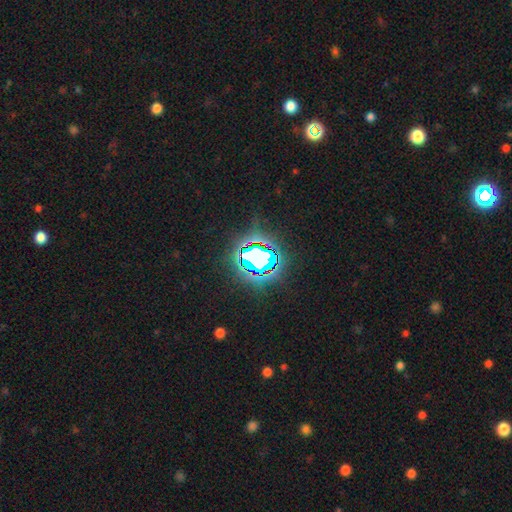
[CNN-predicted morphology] A star or artifact, not a galaxy (74%).

Vote fractions:
- Smooth or featured? star or artifact: 74% / smooth: 14% / featured or disk: 12%